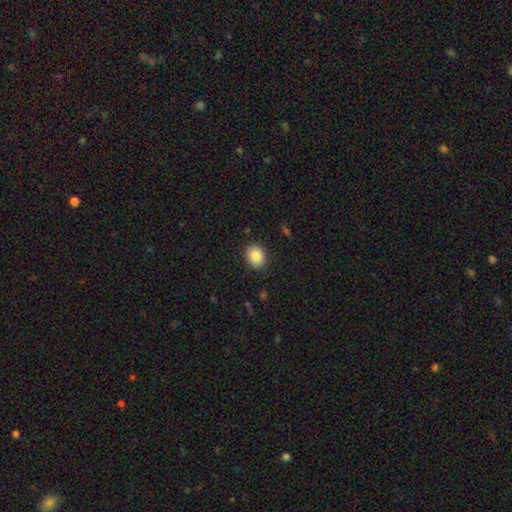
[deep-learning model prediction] This is clearly a smooth galaxy (87%). How rounded: possibly round (52%). Merging: clearly none (89%).